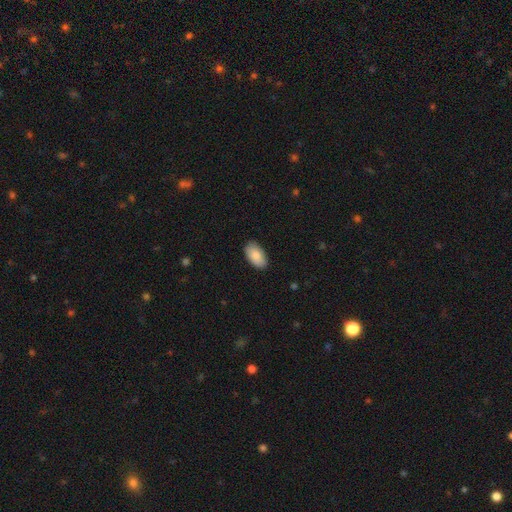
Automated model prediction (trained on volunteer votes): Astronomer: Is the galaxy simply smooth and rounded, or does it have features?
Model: smooth — 87%.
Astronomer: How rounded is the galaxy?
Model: in between — 95%.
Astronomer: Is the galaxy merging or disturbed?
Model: none — 86%.